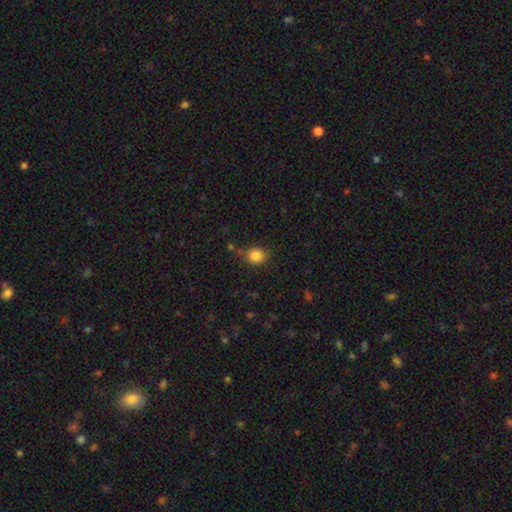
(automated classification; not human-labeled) Smooth or featured: smooth — 85% (star or artifact — 11%)
How rounded: round — 82% (in between — 17%)
Merging: none — 80% (minor disturbance — 13%)